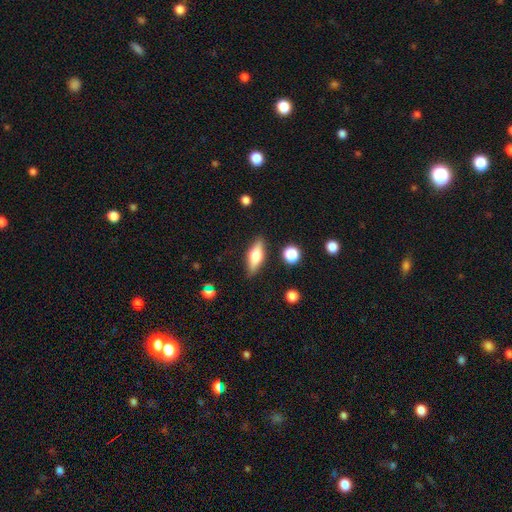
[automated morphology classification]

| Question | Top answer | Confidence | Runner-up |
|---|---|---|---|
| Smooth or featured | smooth | 54% | featured or disk (39%) |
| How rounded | in between | 61% | cigar-shaped (35%) |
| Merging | none | 85% | minor disturbance (11%) |